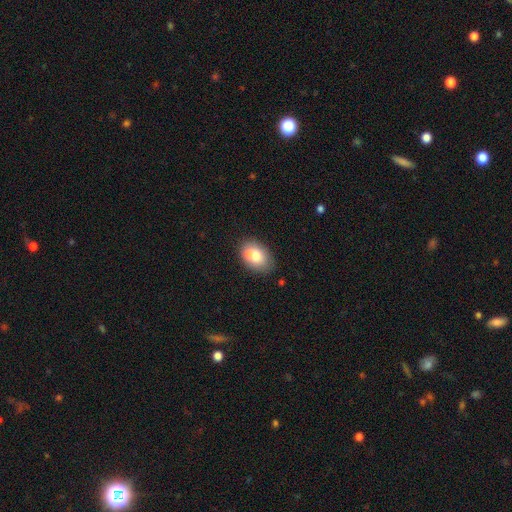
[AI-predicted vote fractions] Smooth or featured? Predicted: smooth (p=0.70). How rounded? Predicted: in between (p=0.80). Merging? Predicted: none (p=0.50).